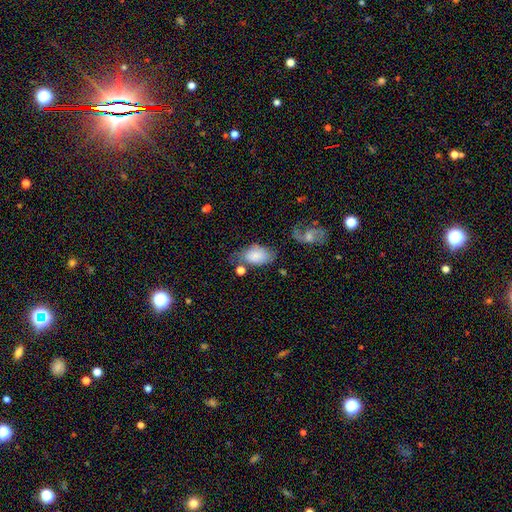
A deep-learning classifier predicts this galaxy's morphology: This is likely a smooth galaxy (76%). How rounded: clearly in between (91%). Merging: marginally none (45%).